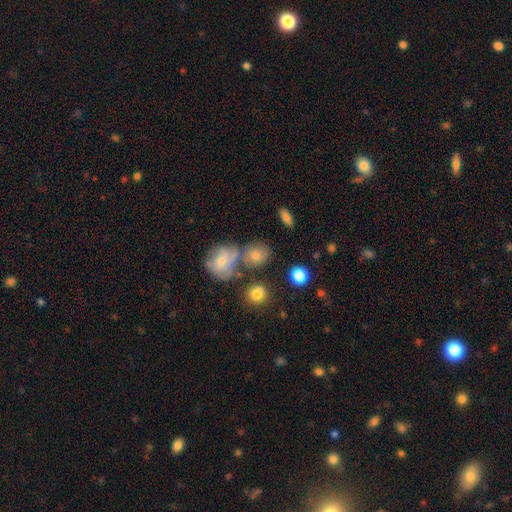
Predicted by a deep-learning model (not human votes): smooth-or-featured: smooth: 71% | featured or disk: 16% | star or artifact: 13%
  how-rounded: round: 68% | in between: 30% | cigar-shaped: 1%
  merging: none: 50% | merger: 29% | minor disturbance: 14% | major disturbance: 6%